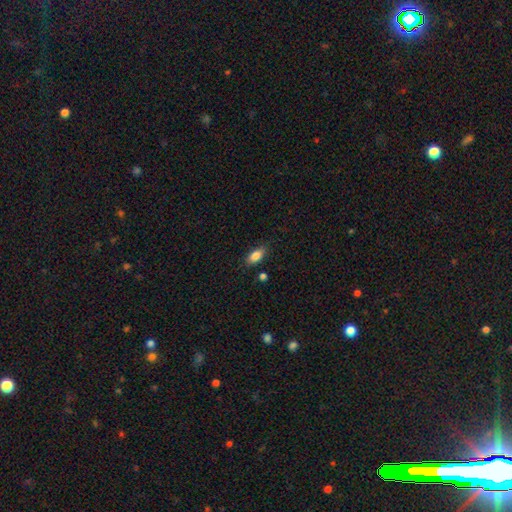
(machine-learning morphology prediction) smooth-or-featured: smooth: 85% | star or artifact: 8% | featured or disk: 7%
  how-rounded: in between: 88% | cigar-shaped: 7% | round: 5%
  merging: none: 81% | minor disturbance: 14% | major disturbance: 3% | merger: 2%